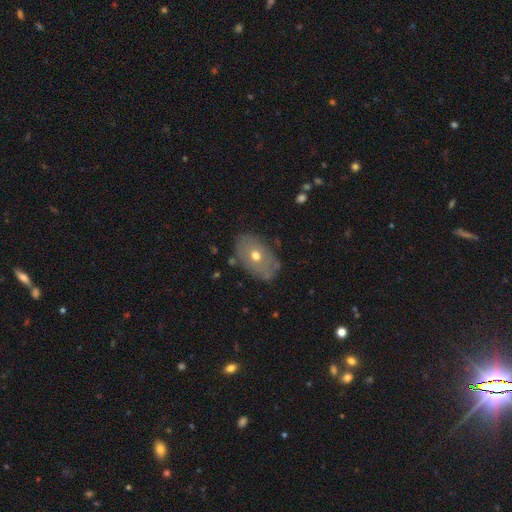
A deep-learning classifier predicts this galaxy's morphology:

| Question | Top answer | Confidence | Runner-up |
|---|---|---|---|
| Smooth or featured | smooth | 50% | featured or disk (43%) |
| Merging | none | 77% | minor disturbance (17%) |